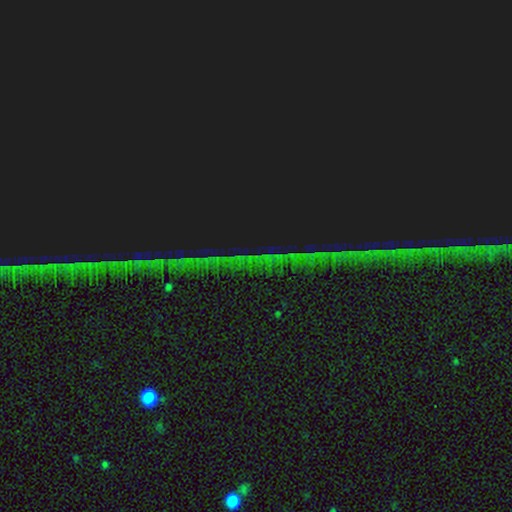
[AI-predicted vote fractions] Overall: star or artifact (86%).